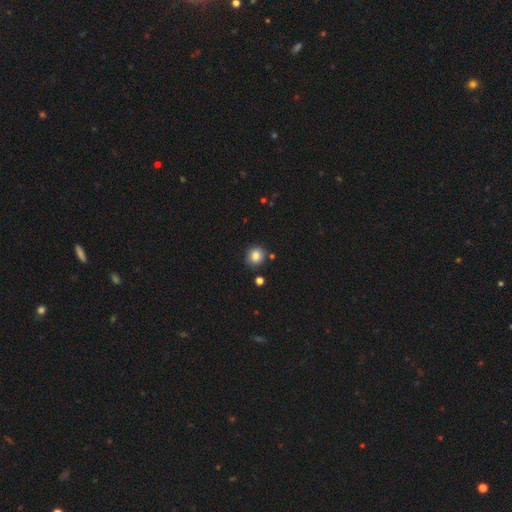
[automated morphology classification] Q: Smooth or featured?
A: smooth (84%); runner-up: star or artifact (10%)
Q: How rounded?
A: round (83%); runner-up: in between (16%)
Q: Merging?
A: none (82%); runner-up: minor disturbance (11%)